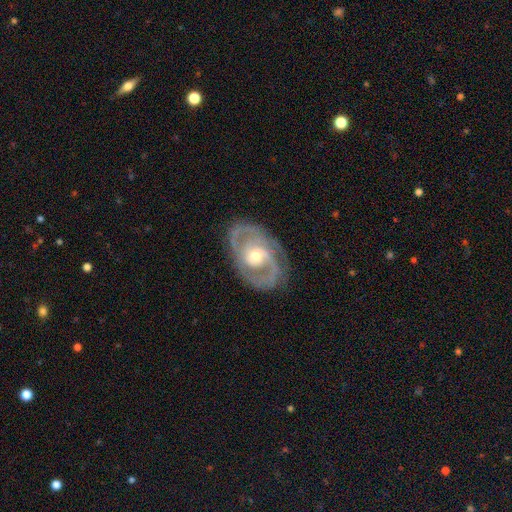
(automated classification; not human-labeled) smooth-or-featured: featured or disk: 88% | smooth: 8% | star or artifact: 4%
  disk-edge-on: no: 96% | yes: 4%
    bar: no: 59% | weak: 32% | strong: 8%
    has-spiral-arms: yes: 94% | no: 6%
      spiral-winding: tight: 45% (tied) | medium: 45% (tied) | loose: 10%
      spiral-arm-count: 2: 68% | 3: 13% | can't tell: 11% | 1: 3% | 4: 3% | more than 4: 2%
    bulge-size: moderate: 68% | small: 25% | large: 6% | none: 1% | dominant: 1%
  merging: none: 78% | minor disturbance: 15% | major disturbance: 6% | merger: 1%